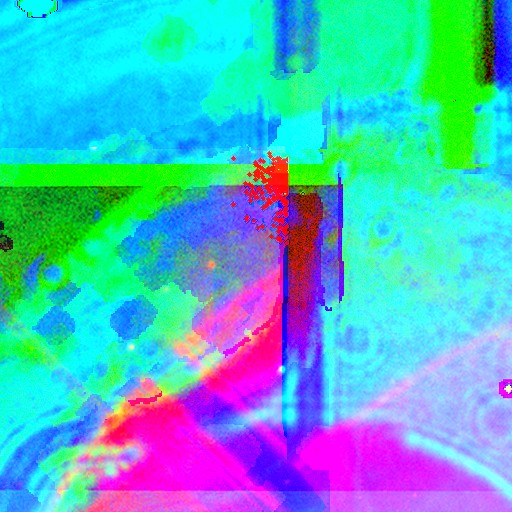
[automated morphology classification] This is clearly a star or artifact rather than a galaxy (85%).